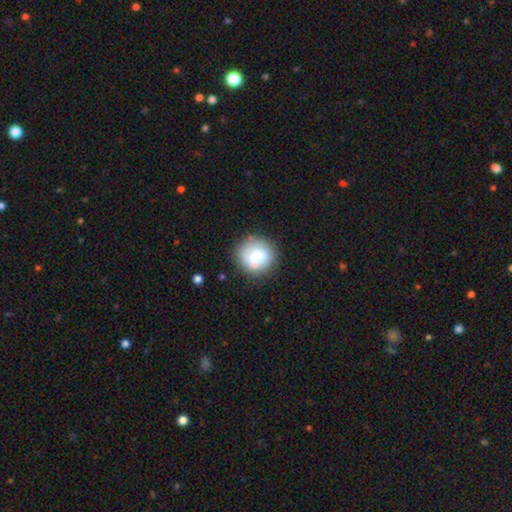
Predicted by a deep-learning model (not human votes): Smooth or featured: smooth — 68% (featured or disk — 24%)
How rounded: round — 88% (in between — 12%)
Merging: none — 67% (minor disturbance — 16%)